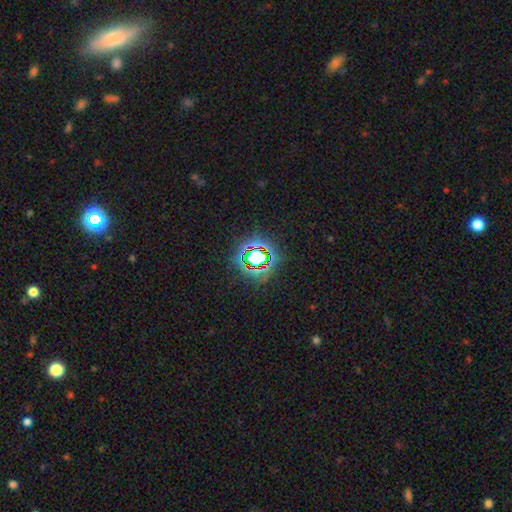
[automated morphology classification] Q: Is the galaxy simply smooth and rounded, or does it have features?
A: star or artifact — 72%.